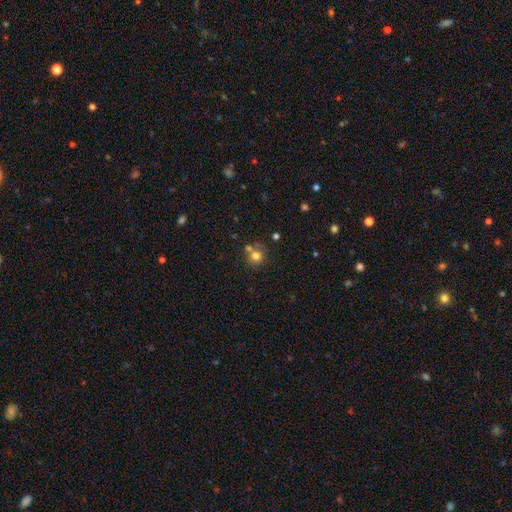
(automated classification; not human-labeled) This appears to be a smooth galaxy with no disk features (75%) that is round (88%). Merging: none (59%).